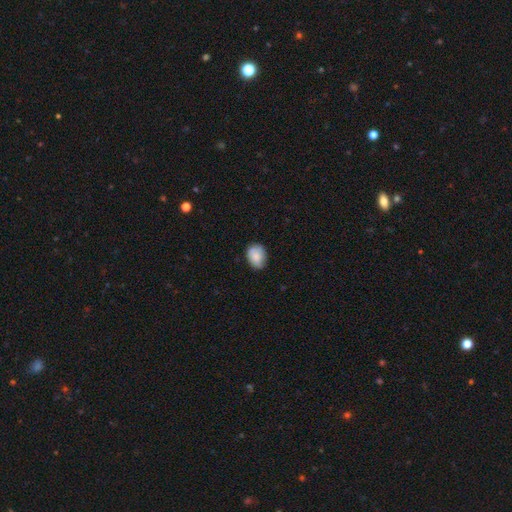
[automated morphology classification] Smooth or featured: smooth — 82% (featured or disk — 10%)
How rounded: in between — 65% (round — 34%)
Merging: none — 71% (minor disturbance — 24%)